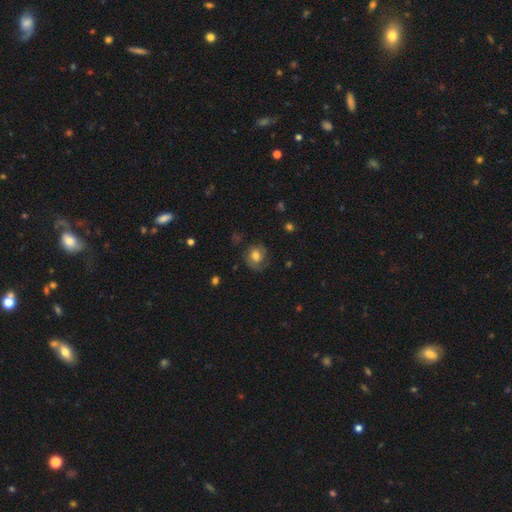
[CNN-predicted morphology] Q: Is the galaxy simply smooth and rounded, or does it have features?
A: smooth — 59%.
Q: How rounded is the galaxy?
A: round — 75%.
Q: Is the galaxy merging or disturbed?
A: none — 68%.